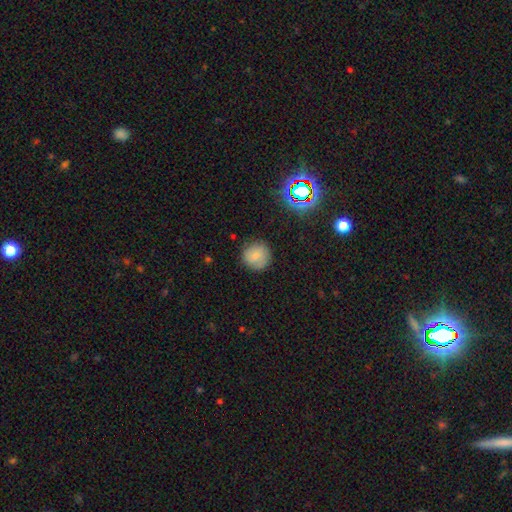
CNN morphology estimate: smooth-or-featured: smooth: 77% | star or artifact: 13% | featured or disk: 10%
  how-rounded: round: 92% | in between: 7% | cigar-shaped: 1%
  merging: none: 81% | minor disturbance: 14% | major disturbance: 4% | merger: 2%